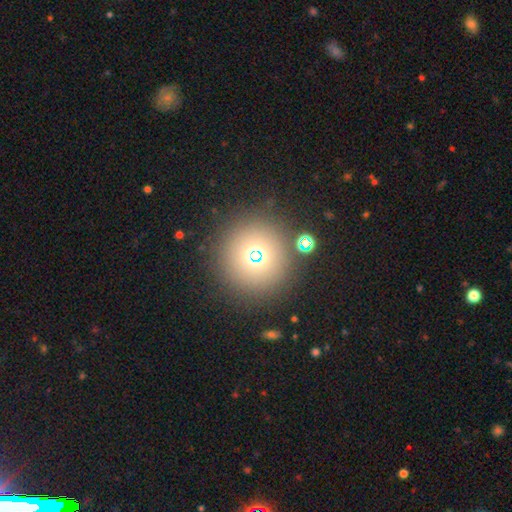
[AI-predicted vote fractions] A smooth galaxy with no disk features (63%) that is round (93%).

Vote fractions:
- Smooth or featured? smooth: 63% / star or artifact: 26% / featured or disk: 11%
- How rounded? round: 93% / in between: 6% / cigar-shaped: 1%
- Merging? none: 84% / minor disturbance: 7% / merger: 5% / major disturbance: 4%